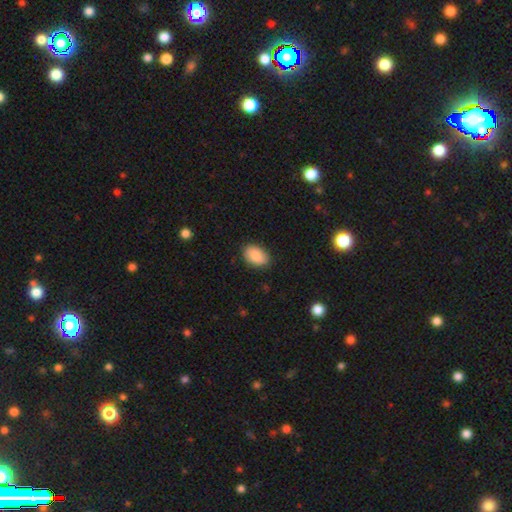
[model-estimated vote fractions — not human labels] A smooth galaxy with no disk features (87%) that is in between round and cigar-shaped (88%).

Vote fractions:
- Smooth or featured? smooth: 87% / featured or disk: 7% / star or artifact: 7%
- How rounded? in between: 88% / round: 11% / cigar-shaped: 1%
- Merging? none: 87% / minor disturbance: 10% / major disturbance: 2% / merger: 1%